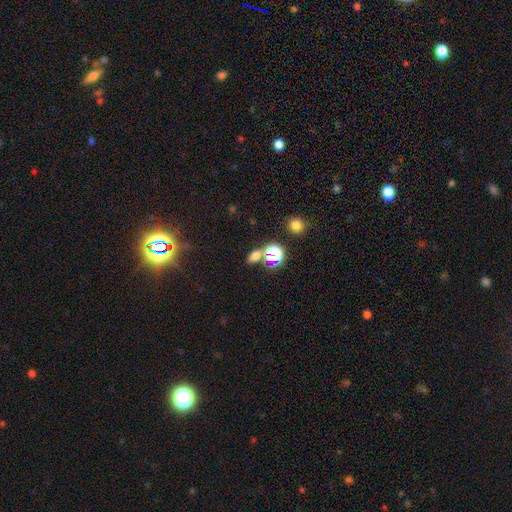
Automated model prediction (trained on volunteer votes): Smooth or featured?
  - smooth: 60% *
  - star or artifact: 30%
  - featured or disk: 9%
How rounded?
  - in between: 67% *
  - round: 30%
  - cigar-shaped: 3%
Merging?
  - none: 61% *
  - merger: 24%
  - minor disturbance: 10%
  - major disturbance: 5%